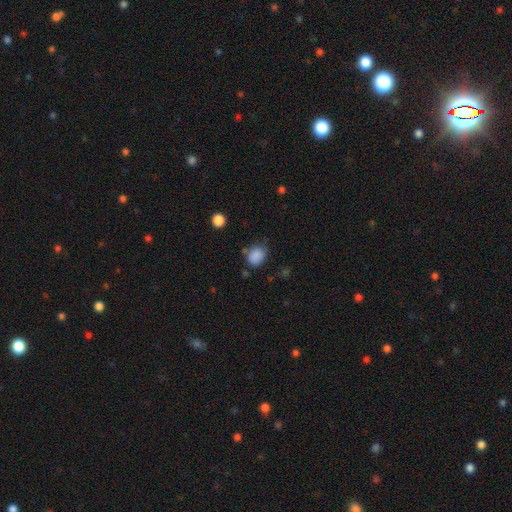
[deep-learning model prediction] smooth_or_featured: smooth (p=0.86) [alt: star or artifact p=0.10]
how_rounded: round (p=0.50) [alt: in between p=0.49]
merging: none (p=0.65) [alt: minor disturbance p=0.24]